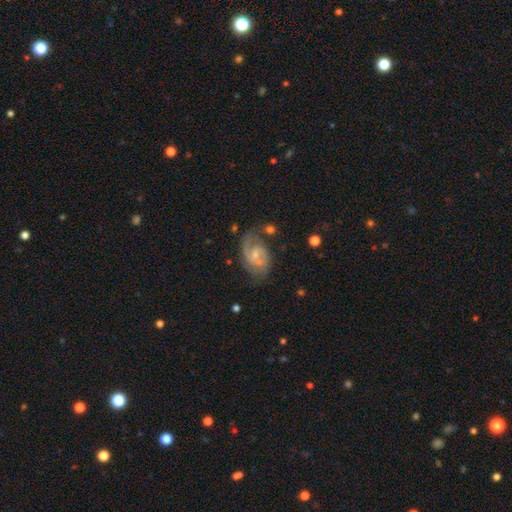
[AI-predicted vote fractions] Smooth or featured? Predicted: featured or disk (p=0.82). Edge-on disk? Predicted: no (p=0.97). Bar? Predicted: no (p=0.52). Spiral arms? Predicted: yes (p=0.94). Spiral winding? Predicted: medium (p=0.49). Spiral arm count? Predicted: 2 (p=0.76). Bulge size? Predicted: small (p=0.58). Merging? Predicted: none (p=0.60).